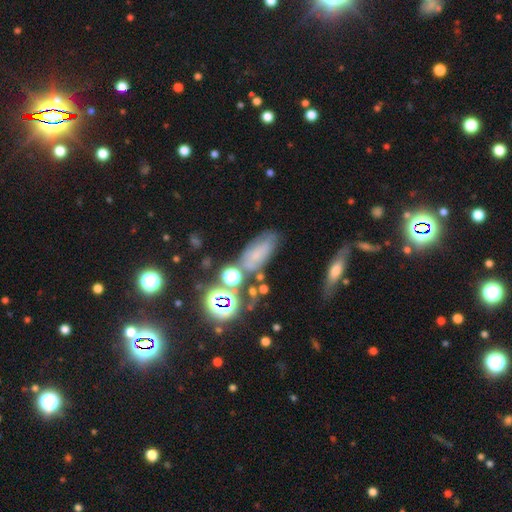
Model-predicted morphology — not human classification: This appears to be a smooth galaxy with no disk features (47%). Merging: none (58%).